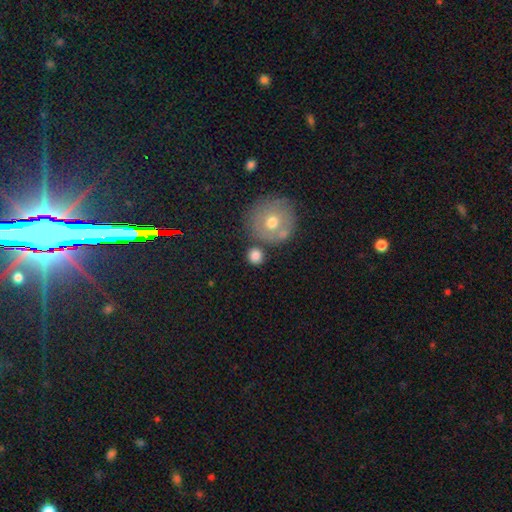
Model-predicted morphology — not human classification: Overall: smooth (81%). How rounded: round (90%). Merging: none (76%).